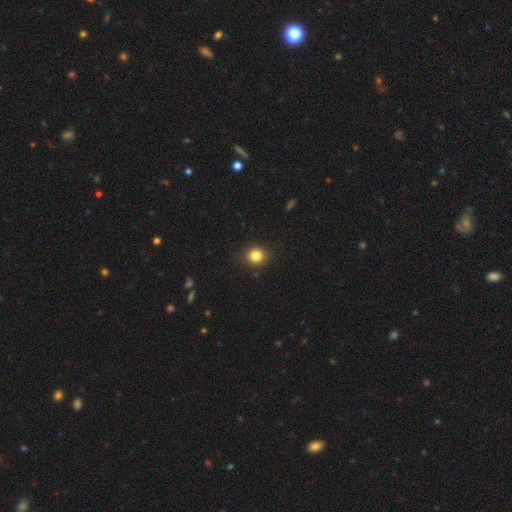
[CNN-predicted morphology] Smooth or featured? smooth (84%)
How rounded? round (79%)
Merging? none (87%)